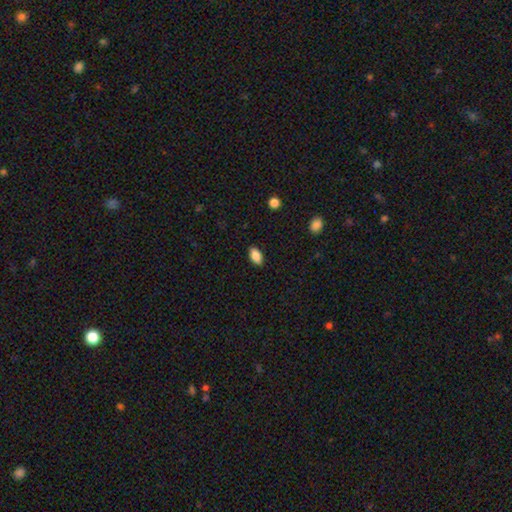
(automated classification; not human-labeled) smooth-or-featured: smooth: 86% | star or artifact: 8% | featured or disk: 6%
  how-rounded: in between: 92% | round: 5% | cigar-shaped: 4%
  merging: none: 88% | minor disturbance: 9% | major disturbance: 2% | merger: 1%